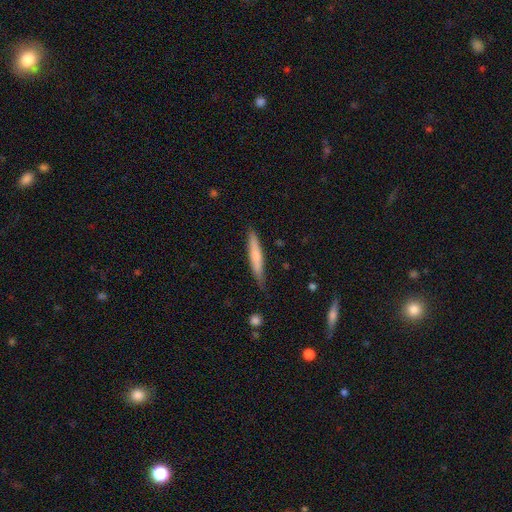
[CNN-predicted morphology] smooth_or_featured: smooth (p=0.66) [alt: featured or disk p=0.29]
how_rounded: cigar-shaped (p=0.91) [alt: in between p=0.07]
merging: none (p=0.78) [alt: minor disturbance p=0.18]